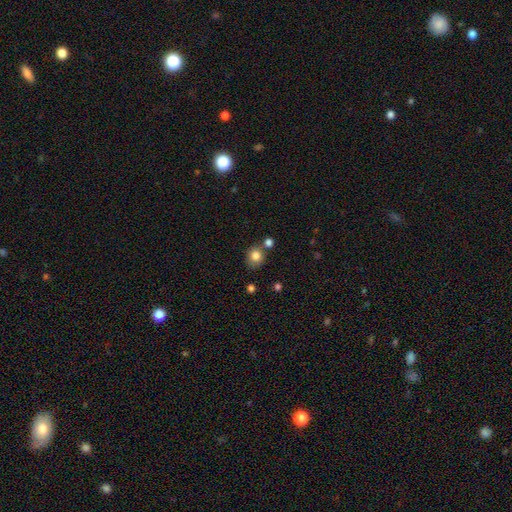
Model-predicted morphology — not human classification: A smooth galaxy with no disk features (82%) that is round (72%).

Vote fractions:
- Smooth or featured? smooth: 82% / star or artifact: 10% / featured or disk: 8%
- How rounded? round: 72% / in between: 27% / cigar-shaped: 1%
- Merging? none: 68% / minor disturbance: 15% / merger: 13% / major disturbance: 4%